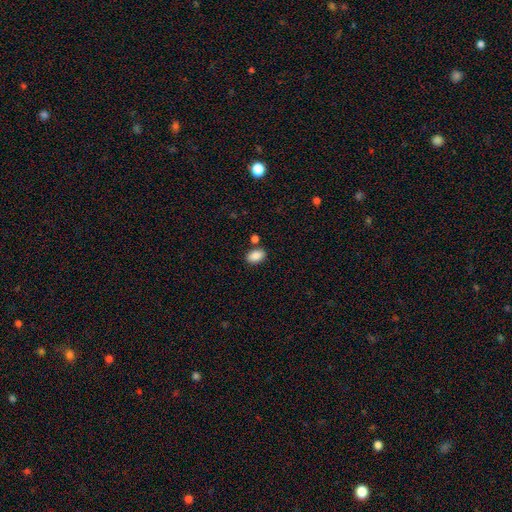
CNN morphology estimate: Smooth or featured? smooth (88%)
How rounded? in between (89%)
Merging? none (78%)